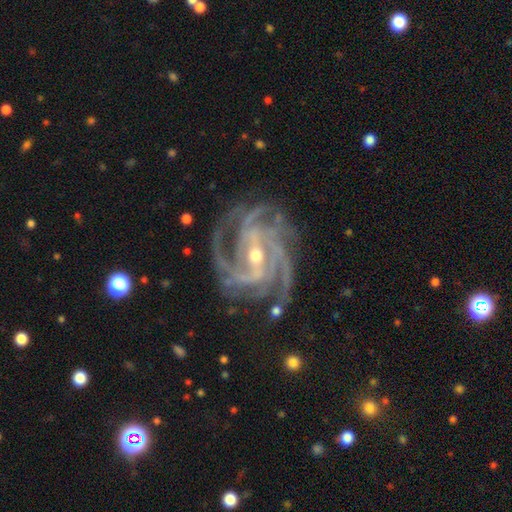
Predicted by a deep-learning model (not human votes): smooth_or_featured: featured or disk (p=0.92) [alt: star or artifact p=0.05]
disk_edge_on: no (p=0.97) [alt: yes p=0.03]
bar: strong (p=0.45) [alt: weak p=0.37]
has_spiral_arms: yes (p=0.99) [alt: no p=0.01]
spiral_winding: tight (p=0.57) [alt: medium p=0.38]
spiral_arm_count: 4 (p=0.33) [alt: 3 p=0.29]
bulge_size: small (p=0.53) [alt: moderate p=0.44]
merging: none (p=0.75) [alt: minor disturbance p=0.16]